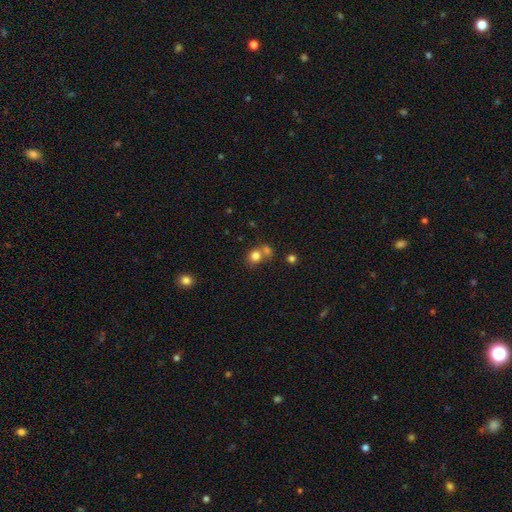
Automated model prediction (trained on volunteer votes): Smooth or featured? Predicted: smooth (p=0.79). How rounded? Predicted: round (p=0.75). Merging? Predicted: none (p=0.49).